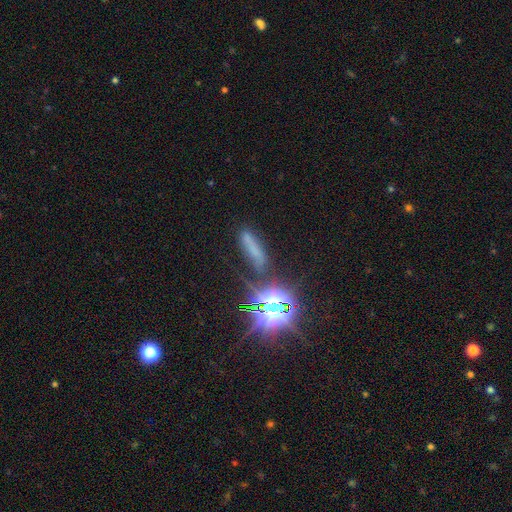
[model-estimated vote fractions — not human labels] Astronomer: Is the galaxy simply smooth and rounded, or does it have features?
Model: star or artifact — 62%.